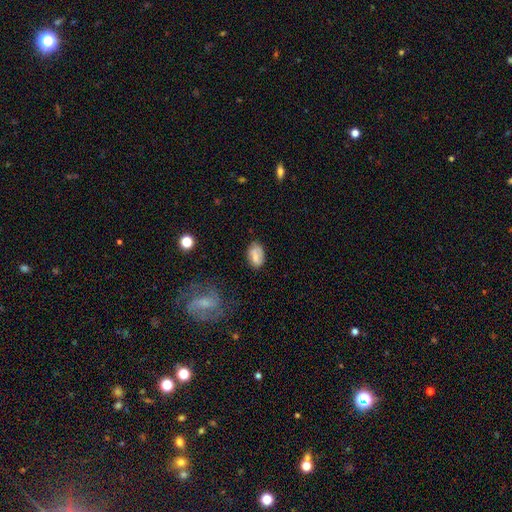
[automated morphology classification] smooth-or-featured: smooth: 63% | featured or disk: 28% | star or artifact: 9%
  how-rounded: in between: 87% | round: 11% | cigar-shaped: 2%
  merging: none: 73% | minor disturbance: 19% | major disturbance: 6% | merger: 3%